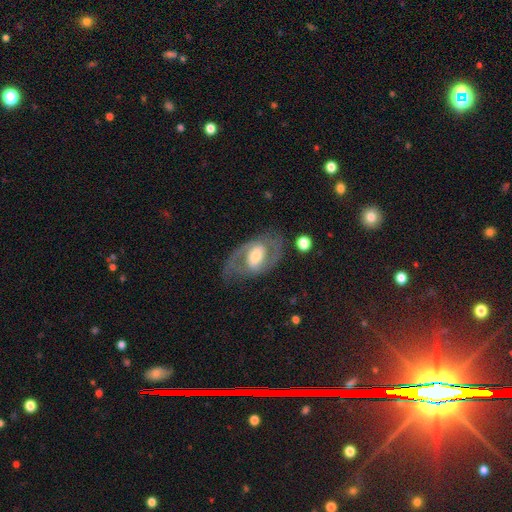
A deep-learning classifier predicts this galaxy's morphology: This appears to be a featured or disk galaxy (80%) with a weak bar (45%), 2 (87%) medium (55%) spiral arms (86%) and a moderate central bulge (55%). Merging: none (71%).